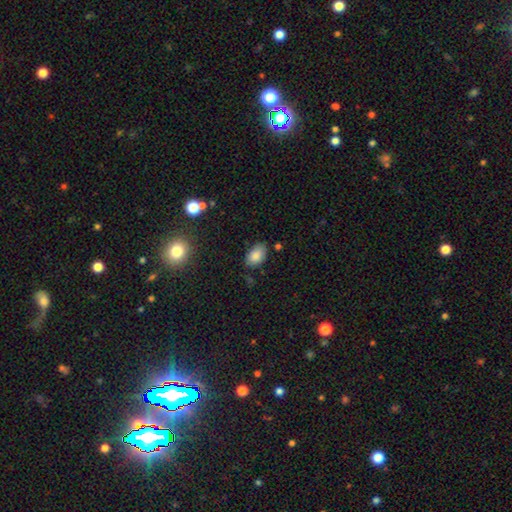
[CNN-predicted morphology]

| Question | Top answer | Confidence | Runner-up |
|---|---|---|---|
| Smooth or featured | smooth | 84% | star or artifact (9%) |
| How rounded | in between | 91% | round (8%) |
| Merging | none | 77% | minor disturbance (17%) |